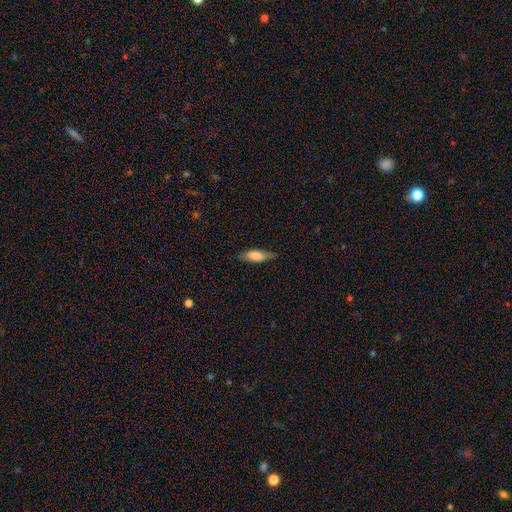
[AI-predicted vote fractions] This is likely a smooth galaxy (77%). How rounded: likely in between (60%). Merging: likely none (74%).